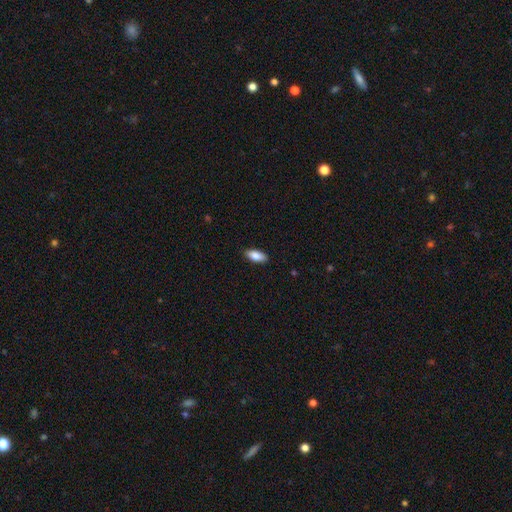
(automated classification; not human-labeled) A smooth galaxy with no disk features (85%) that is in between round and cigar-shaped (84%). Merging: none (88%).